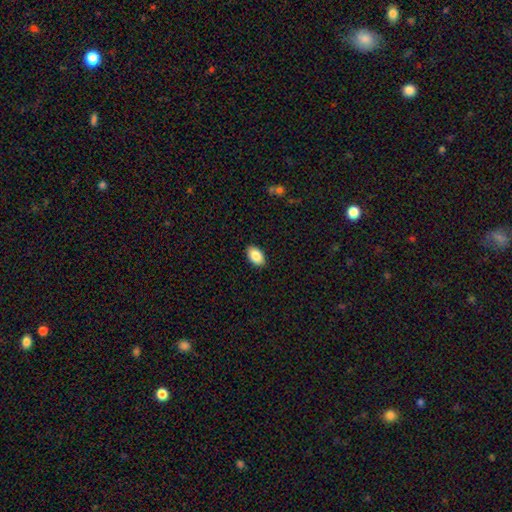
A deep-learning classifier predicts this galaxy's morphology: smooth_or_featured: smooth (p=0.86) [alt: star or artifact p=0.07]
how_rounded: in between (p=0.92) [alt: round p=0.07]
merging: none (p=0.90) [alt: minor disturbance p=0.08]